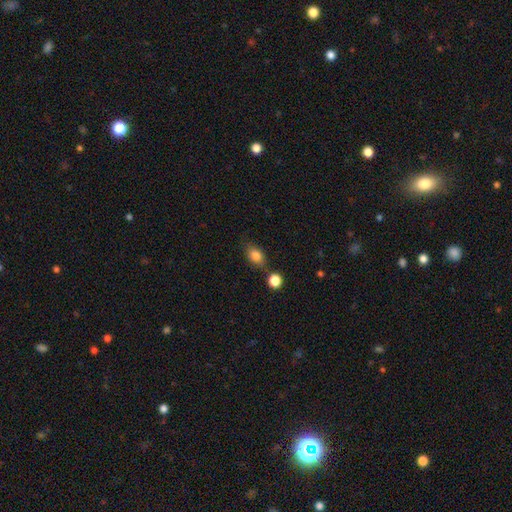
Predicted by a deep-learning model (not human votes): Smooth or featured? Predicted: smooth (p=0.83). How rounded? Predicted: in between (p=0.75). Merging? Predicted: none (p=0.67).